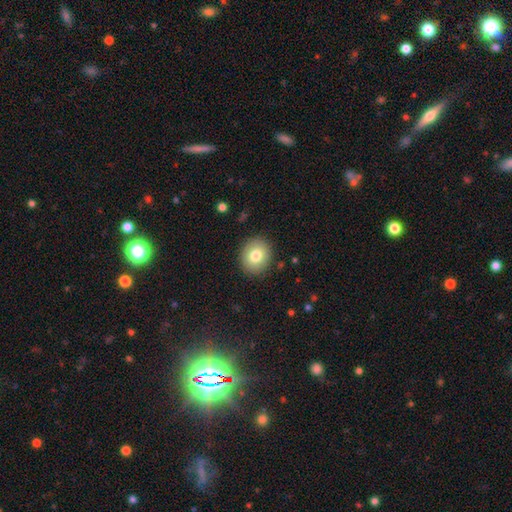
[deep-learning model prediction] Smooth or featured: smooth — 79% (featured or disk — 11%)
How rounded: round — 76% (in between — 23%)
Merging: none — 90% (minor disturbance — 7%)